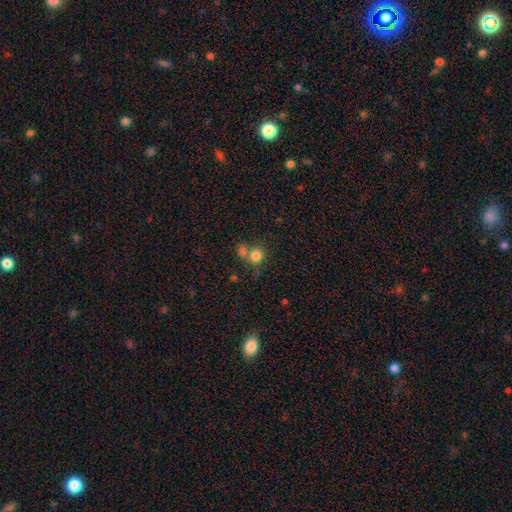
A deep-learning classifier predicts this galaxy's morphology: Smooth or featured? smooth (80%)
How rounded? round (81%)
Merging? none (47%)